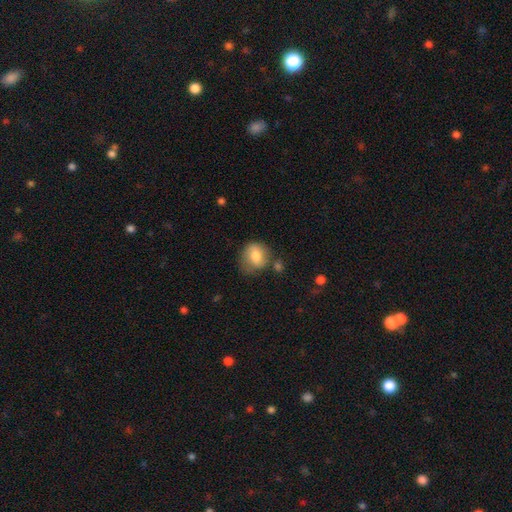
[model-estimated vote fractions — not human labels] Q: Smooth or featured?
A: smooth (75%); runner-up: featured or disk (17%)
Q: How rounded?
A: round (63%); runner-up: in between (36%)
Q: Merging?
A: none (56%); runner-up: minor disturbance (27%)